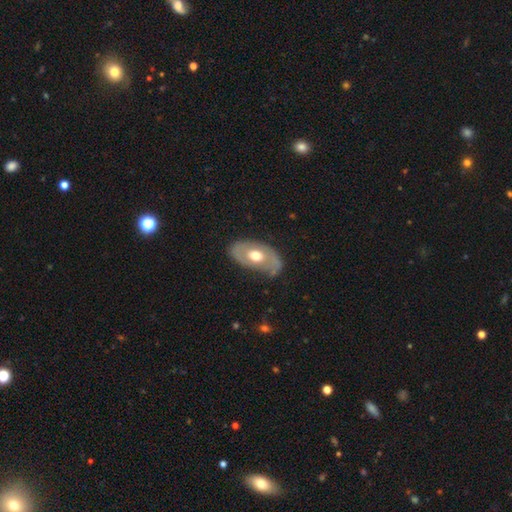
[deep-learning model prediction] Overall: featured or disk (55%; smooth 40%). Edge-on disk: no (89%). Merging: none (74%).